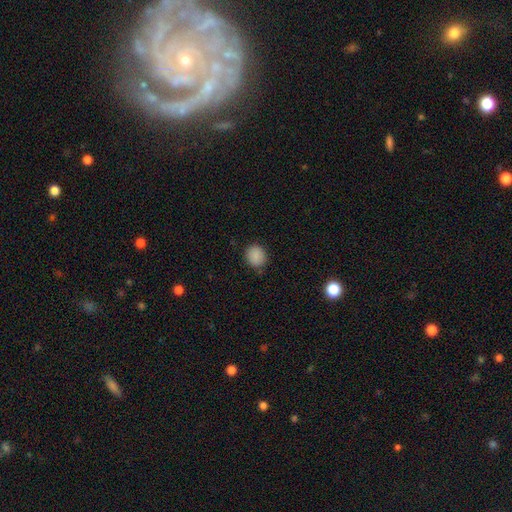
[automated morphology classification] Smooth or featured: smooth — 88% (star or artifact — 9%)
How rounded: round — 78% (in between — 21%)
Merging: none — 82% (minor disturbance — 13%)